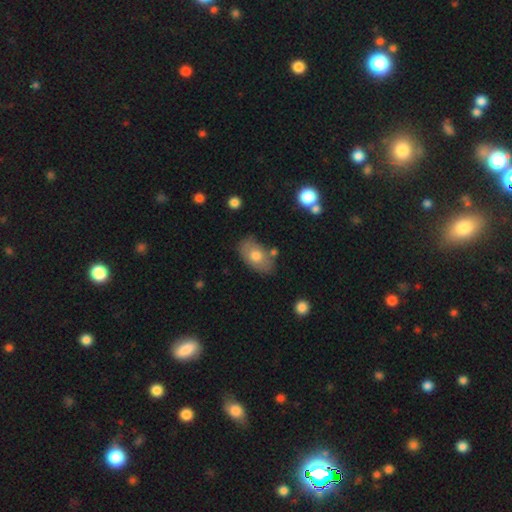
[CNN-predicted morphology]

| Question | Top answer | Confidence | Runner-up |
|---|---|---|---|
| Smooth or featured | smooth | 68% | featured or disk (25%) |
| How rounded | in between | 90% | round (8%) |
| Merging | none | 73% | minor disturbance (17%) |